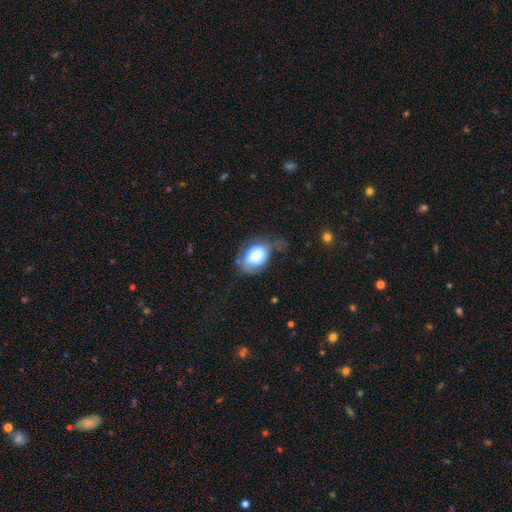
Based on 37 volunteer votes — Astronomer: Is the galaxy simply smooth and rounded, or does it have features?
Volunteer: smooth — 68%.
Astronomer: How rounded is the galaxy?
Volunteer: in between — 76%.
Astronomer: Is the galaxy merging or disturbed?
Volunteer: none — 40% (runner-up: minor disturbance, 37%).